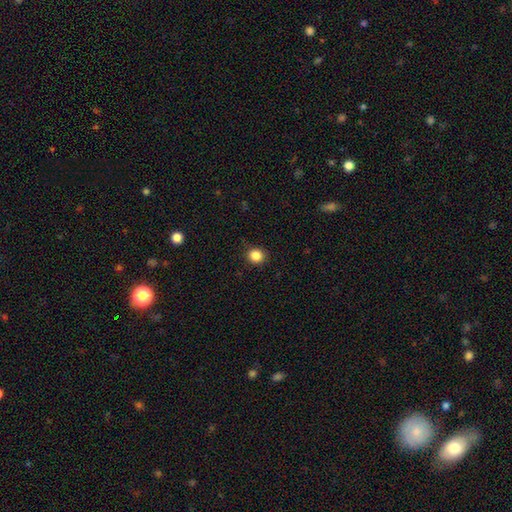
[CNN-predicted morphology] smooth 86%, star or artifact 11%, featured or disk 3%. Down the decision tree: how rounded — round (86%); merging — none (89%).